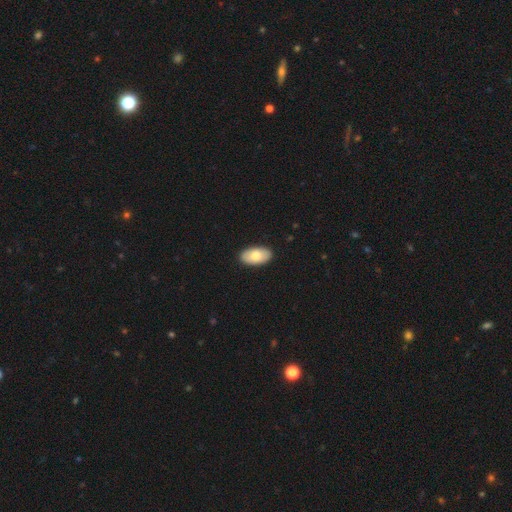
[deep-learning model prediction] Q: Smooth or featured?
A: smooth (79%); runner-up: featured or disk (16%)
Q: How rounded?
A: in between (95%); runner-up: round (3%)
Q: Merging?
A: none (90%); runner-up: minor disturbance (8%)